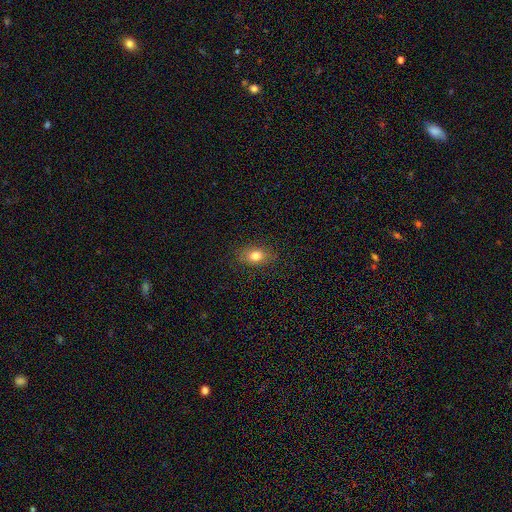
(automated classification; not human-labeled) smooth-or-featured: smooth: 78% | featured or disk: 12% | star or artifact: 10%
  how-rounded: in between: 77% | round: 20% | cigar-shaped: 3%
  merging: none: 84% | minor disturbance: 12% | major disturbance: 3% | merger: 1%